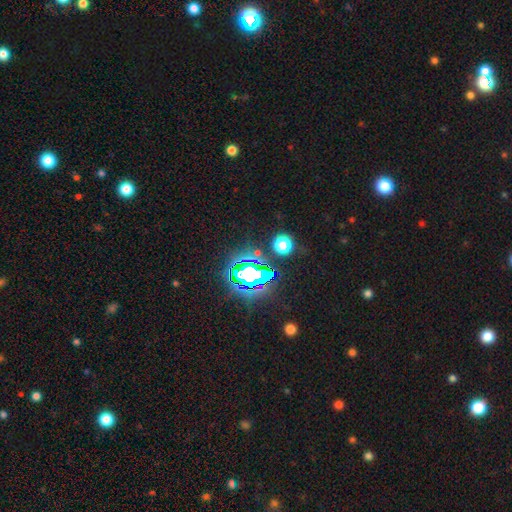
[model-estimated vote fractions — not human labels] Smooth or featured? Predicted: star or artifact (p=0.73).